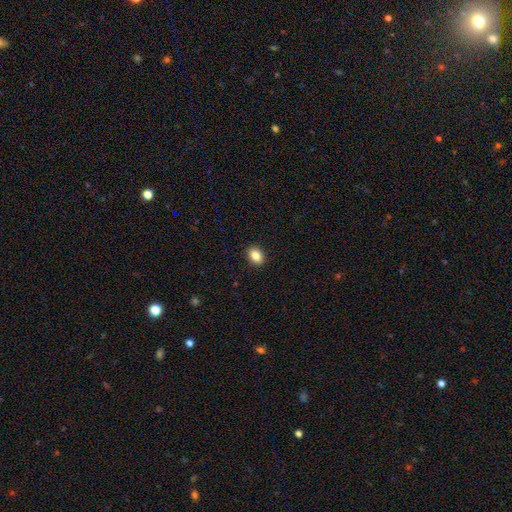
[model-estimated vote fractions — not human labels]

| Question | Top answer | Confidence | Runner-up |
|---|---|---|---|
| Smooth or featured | smooth | 86% | star or artifact (9%) |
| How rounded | in between | 72% | round (26%) |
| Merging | none | 91% | minor disturbance (7%) |